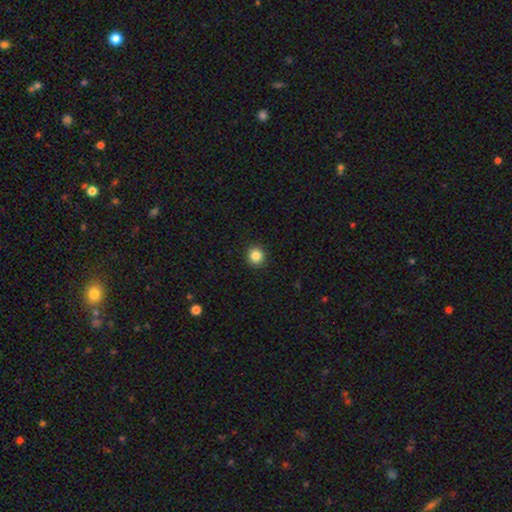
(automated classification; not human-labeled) Q: Smooth or featured?
A: smooth (84%); runner-up: star or artifact (11%)
Q: How rounded?
A: round (91%); runner-up: in between (8%)
Q: Merging?
A: none (93%); runner-up: minor disturbance (5%)